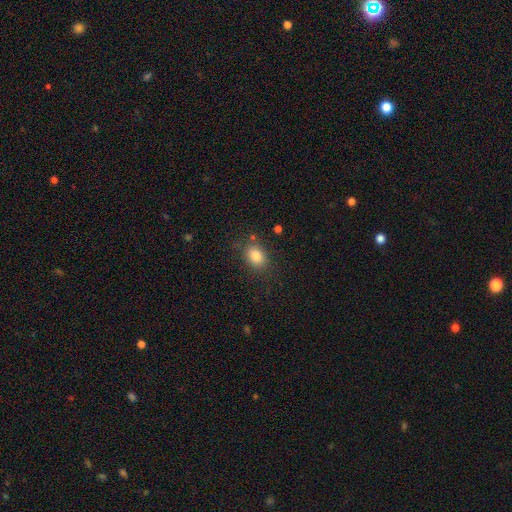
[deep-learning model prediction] Smooth or featured: smooth — 83% (star or artifact — 10%)
How rounded: in between — 61% (round — 38%)
Merging: none — 79% (minor disturbance — 13%)